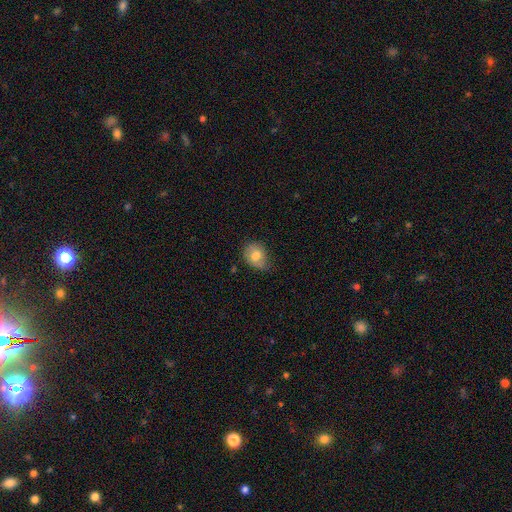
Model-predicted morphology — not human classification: smooth-or-featured: smooth: 73% | featured or disk: 19% | star or artifact: 8%
  how-rounded: in between: 51% | round: 48% | cigar-shaped: 1%
  merging: none: 54% | minor disturbance: 35% | major disturbance: 9% | merger: 2%